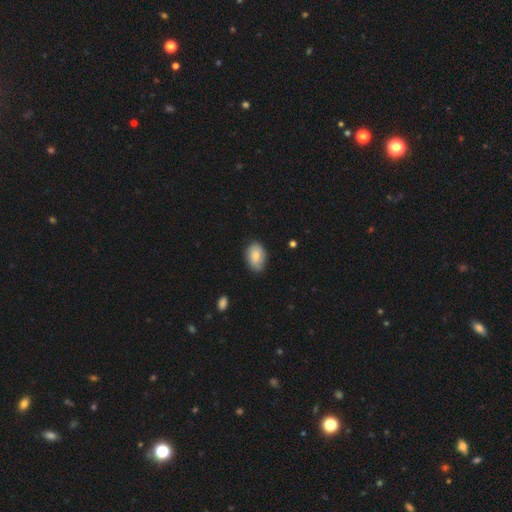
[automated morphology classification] Smooth or featured: smooth — 81% (featured or disk — 12%)
How rounded: in between — 86% (round — 13%)
Merging: none — 76% (minor disturbance — 19%)